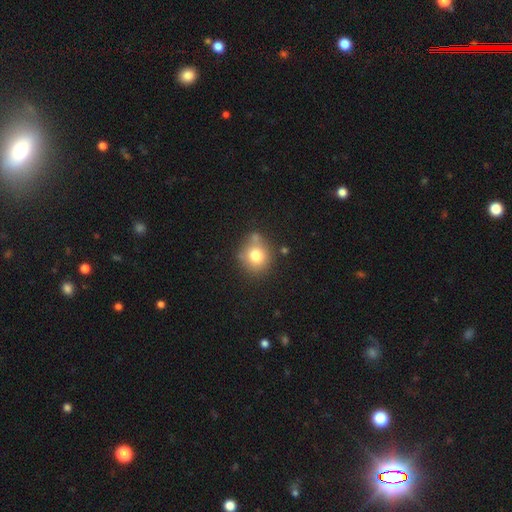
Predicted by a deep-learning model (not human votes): Q: Smooth or featured?
A: smooth (77%); runner-up: featured or disk (12%)
Q: How rounded?
A: round (86%); runner-up: in between (13%)
Q: Merging?
A: none (66%); runner-up: minor disturbance (16%)